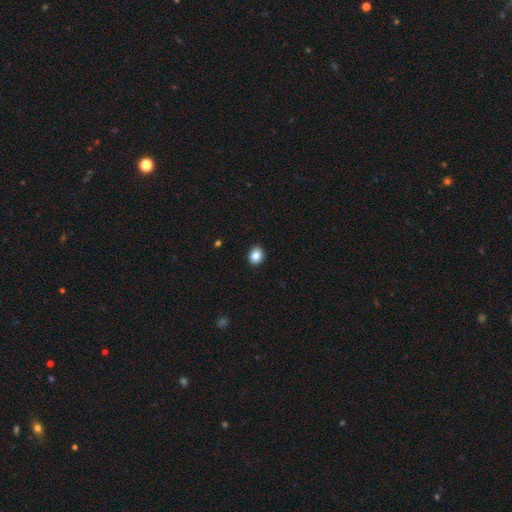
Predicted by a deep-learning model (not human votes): Smooth or featured? smooth (86%)
How rounded? round (56%)
Merging? none (91%)